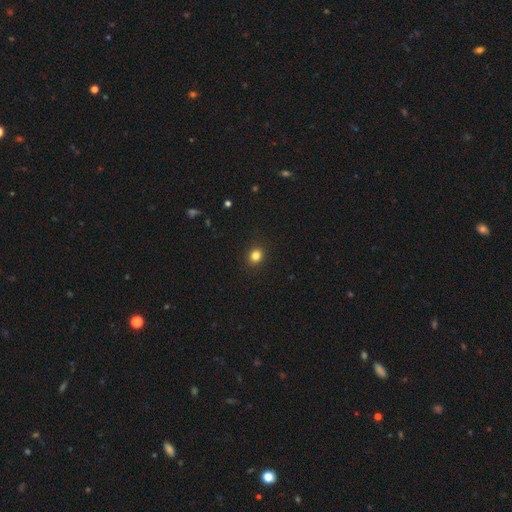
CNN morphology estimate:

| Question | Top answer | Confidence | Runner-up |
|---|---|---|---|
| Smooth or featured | smooth | 83% | star or artifact (12%) |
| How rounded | round | 69% | in between (30%) |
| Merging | none | 91% | minor disturbance (6%) |